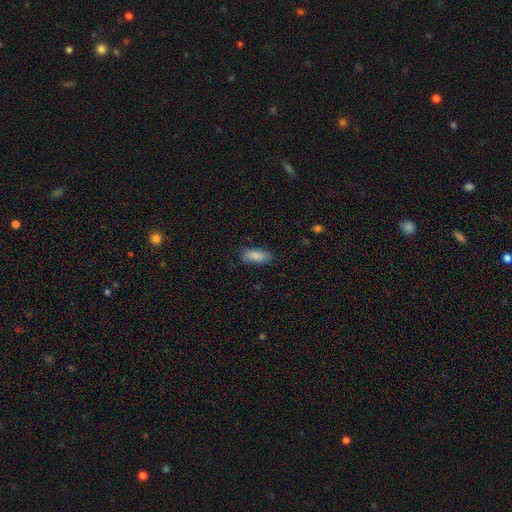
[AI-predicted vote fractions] Smooth or featured? Predicted: smooth (p=0.88). How rounded? Predicted: in between (p=0.79). Merging? Predicted: none (p=0.83).